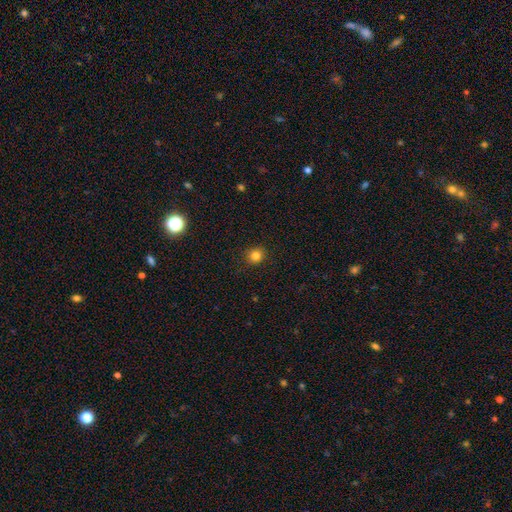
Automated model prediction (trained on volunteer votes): The model was most divided on "smooth or featured": smooth: 82%, star or artifact: 13%, featured or disk: 5%. More confident: merging — none (90%); how rounded — round (86%).